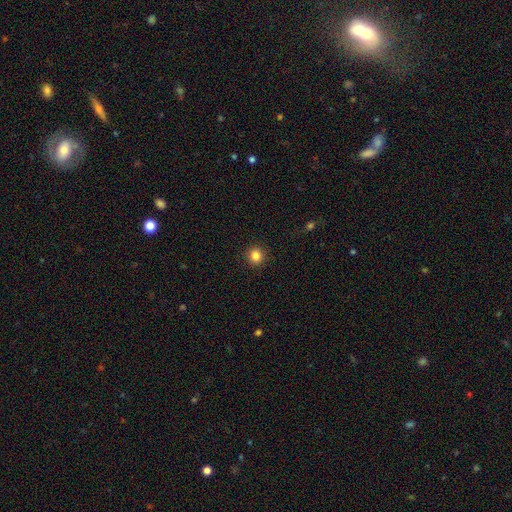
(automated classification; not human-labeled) Smooth or featured? smooth (84%)
How rounded? round (92%)
Merging? none (93%)